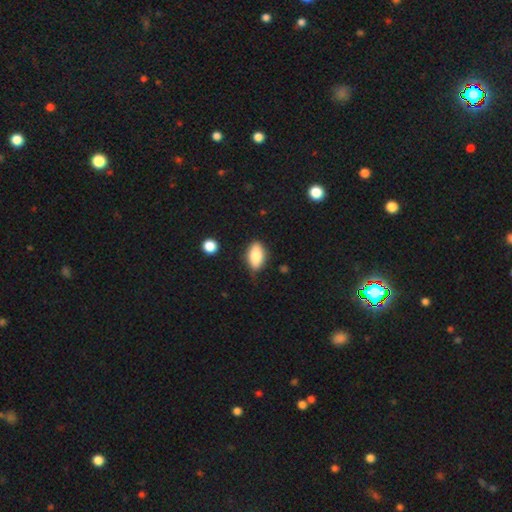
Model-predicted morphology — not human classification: type=smooth (82%); roundness=in between (89%); merging=none (72%).